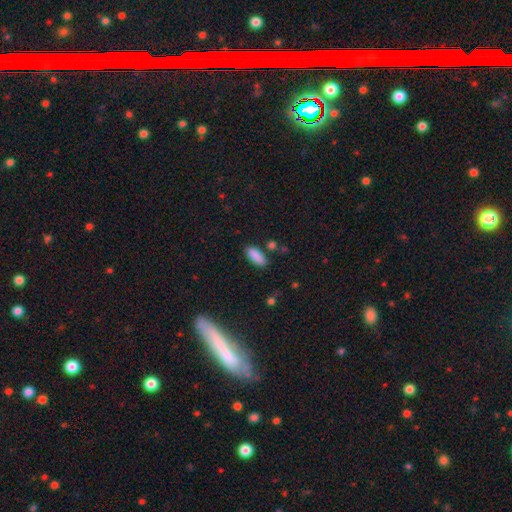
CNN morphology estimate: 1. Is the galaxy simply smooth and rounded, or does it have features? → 89% smooth, 7% star or artifact, 4% featured or disk.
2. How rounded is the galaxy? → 80% in between, 18% cigar-shaped, 2% round.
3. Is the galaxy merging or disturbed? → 82% none, 11% minor disturbance, 4% merger, 3% major disturbance.